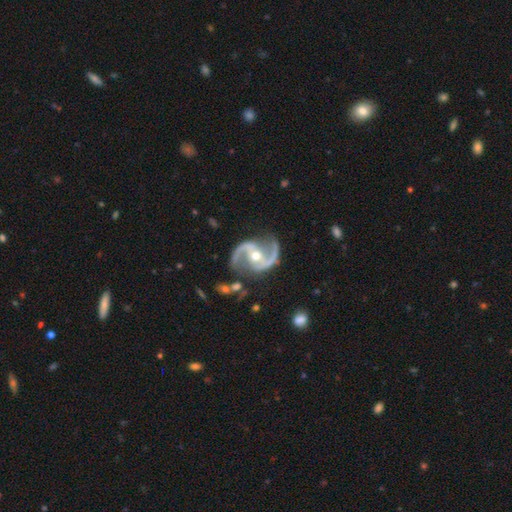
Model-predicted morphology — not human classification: A featured or disk galaxy (94%) with no bar (38%), 2 (95%) medium (54%) spiral arms (98%) and a moderate central bulge (67%).

Vote fractions:
- Smooth or featured? featured or disk: 94% / star or artifact: 4% / smooth: 2%
- Edge-on disk? no: 98% / yes: 2%
- Bar? no: 38% / weak: 32% / strong: 30%
- Spiral arms? yes: 98% / no: 2%
- Spiral winding? medium: 54% / loose: 35% / tight: 11%
- Spiral arm count? 2: 95% / can't tell: 1% / 3: 1% / 1: 1% / 4: 1% / more than 4: 1%
- Bulge size? moderate: 67% / small: 29% / large: 2% / none: 1% / dominant: 1%
- Merging? none: 79% / minor disturbance: 14% / major disturbance: 5% / merger: 3%